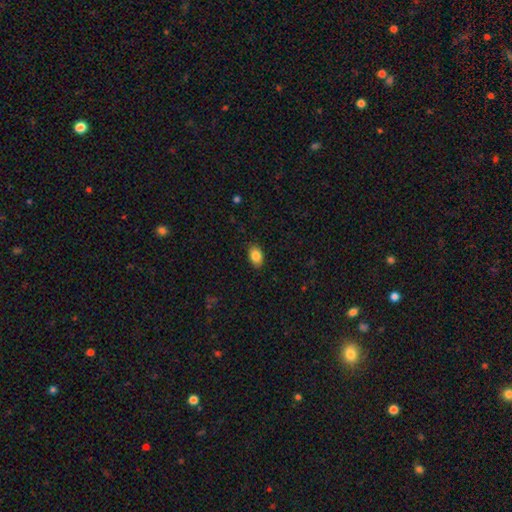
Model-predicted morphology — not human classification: Smooth or featured: smooth — 86% (star or artifact — 8%)
How rounded: in between — 86% (round — 13%)
Merging: none — 88% (minor disturbance — 9%)